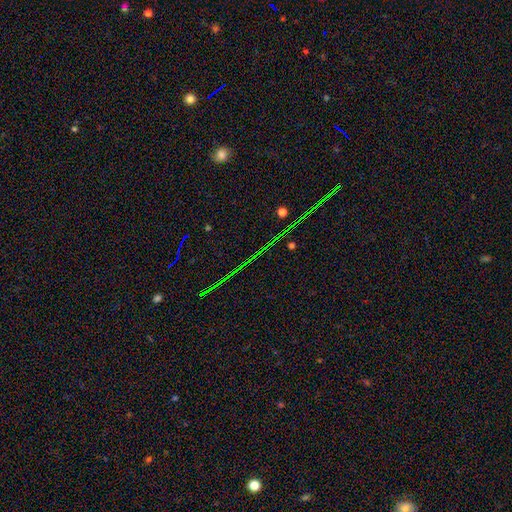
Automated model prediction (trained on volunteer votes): Smooth or featured? star or artifact (81%)